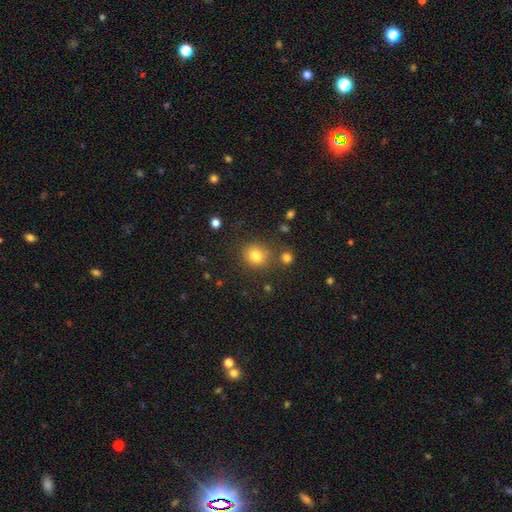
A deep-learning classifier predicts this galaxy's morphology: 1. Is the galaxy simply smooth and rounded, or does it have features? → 80% smooth, 12% star or artifact, 7% featured or disk.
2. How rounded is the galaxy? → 83% round, 16% in between, 1% cigar-shaped.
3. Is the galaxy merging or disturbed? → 79% none, 10% minor disturbance, 7% merger, 4% major disturbance.